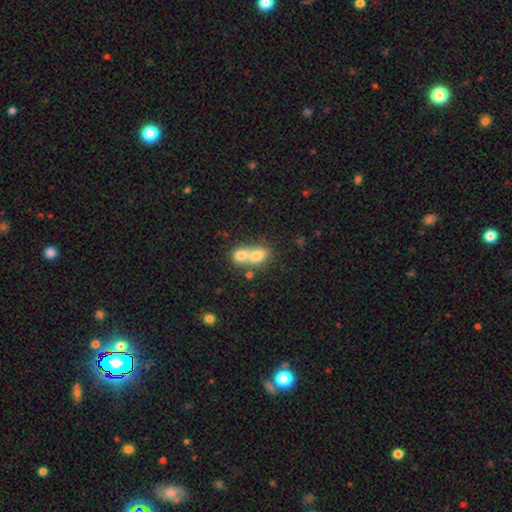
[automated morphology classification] This appears to be a smooth galaxy with no disk features (74%) that is in between round and cigar-shaped (57%). Merging: merger (70%).